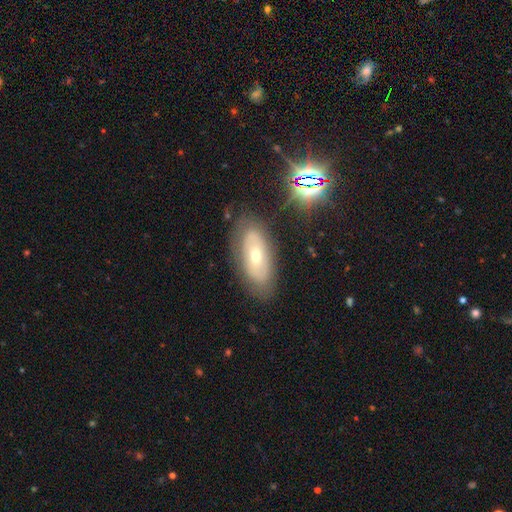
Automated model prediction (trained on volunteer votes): This is possibly a featured or disk galaxy (56%). It is clearly not viewed edge-on (86%). Merging: likely none (78%).